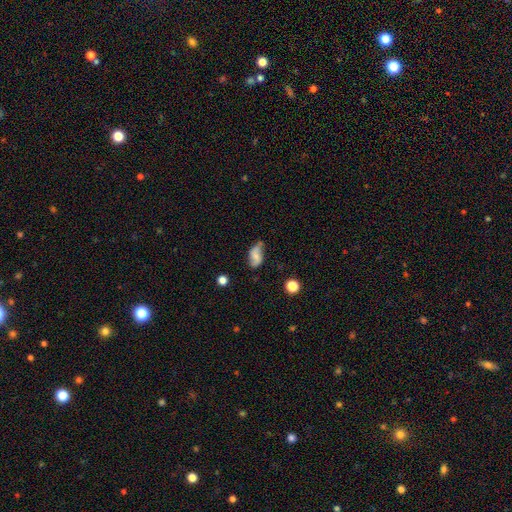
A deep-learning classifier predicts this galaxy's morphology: A smooth galaxy with no disk features (45%, tied with featured or disk).

Vote fractions:
- Smooth or featured? smooth: 45% (tied) / featured or disk: 45% (tied) / star or artifact: 10%
- Merging? none: 57% / minor disturbance: 29% / major disturbance: 9% / merger: 5%